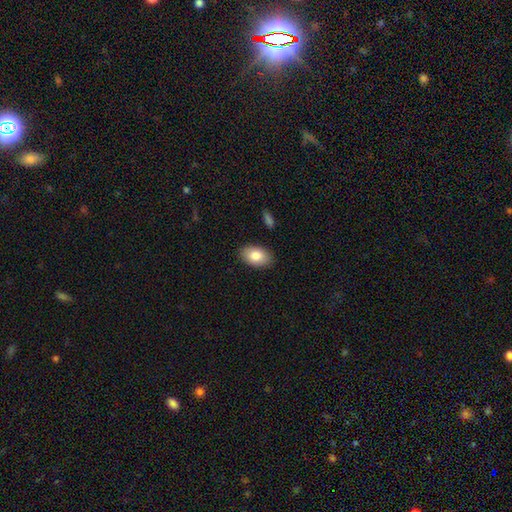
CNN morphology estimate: Smooth or featured: smooth — 83% (featured or disk — 11%)
How rounded: in between — 92% (round — 7%)
Merging: none — 88% (minor disturbance — 9%)